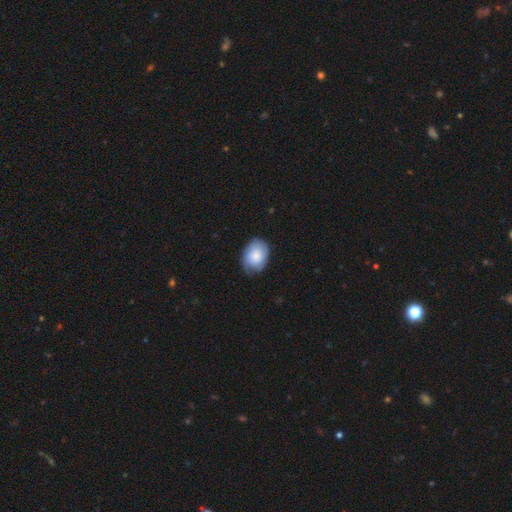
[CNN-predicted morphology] smooth_or_featured: smooth (p=0.73) [alt: featured or disk p=0.20]
how_rounded: in between (p=0.70) [alt: round p=0.29]
merging: none (p=0.66) [alt: minor disturbance p=0.27]